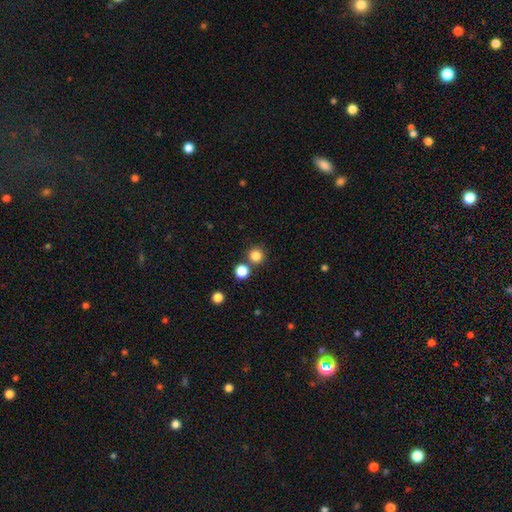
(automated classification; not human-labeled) This appears to be a smooth galaxy with no disk features (82%) that is round (94%). Merging: none (78%).